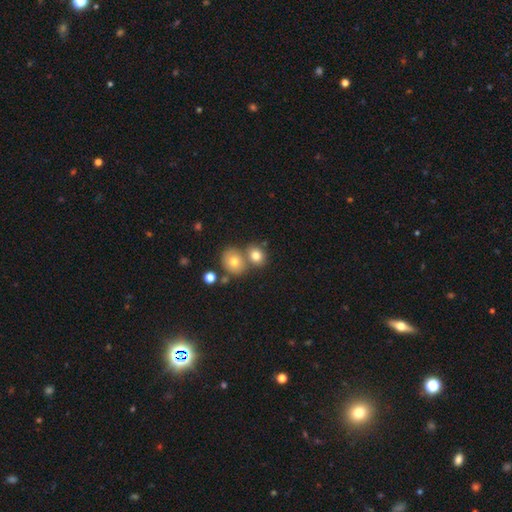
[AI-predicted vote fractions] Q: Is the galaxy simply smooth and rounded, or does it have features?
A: smooth — 77%.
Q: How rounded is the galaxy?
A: round — 63%.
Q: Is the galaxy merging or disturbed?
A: none — 49%.